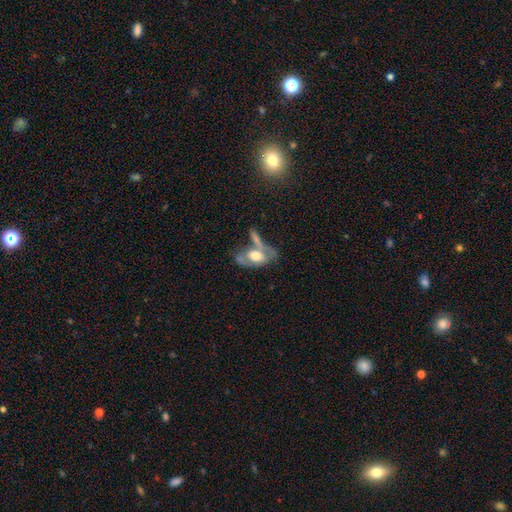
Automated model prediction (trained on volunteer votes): Q: Smooth or featured?
A: featured or disk (53%); runner-up: smooth (40%)
Q: Edge-on disk?
A: no (82%); runner-up: yes (18%)
Q: Merging?
A: none (34%); runner-up: merger (33%)